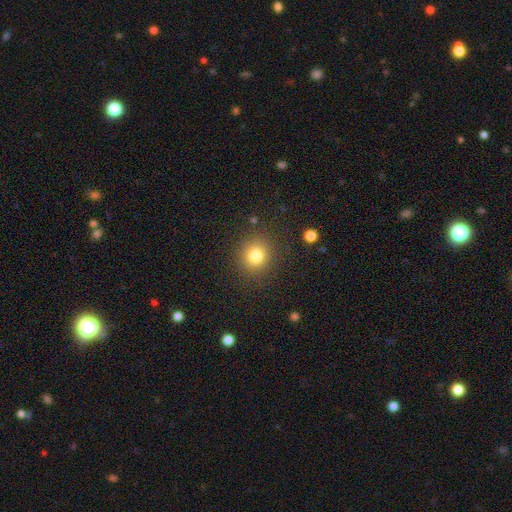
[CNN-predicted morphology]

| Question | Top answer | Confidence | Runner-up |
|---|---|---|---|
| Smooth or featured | smooth | 80% | star or artifact (13%) |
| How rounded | round | 86% | in between (13%) |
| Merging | none | 86% | minor disturbance (8%) |